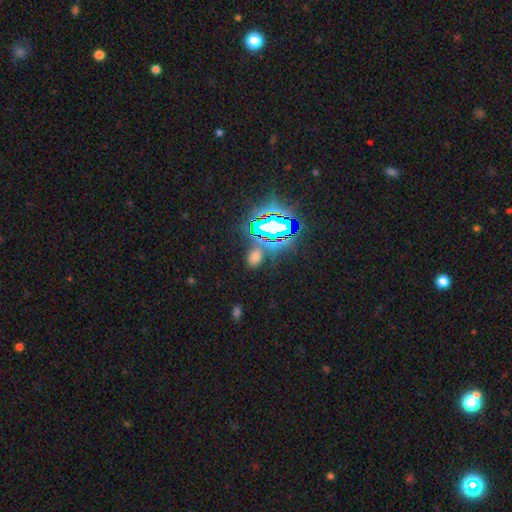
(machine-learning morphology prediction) A star or artifact, not a galaxy (50%).